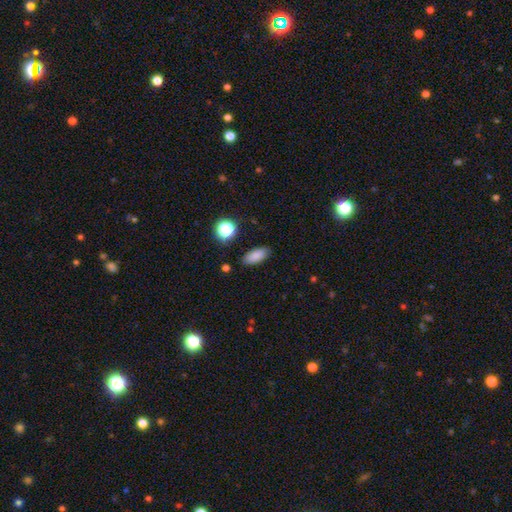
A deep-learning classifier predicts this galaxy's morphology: Smooth or featured? Predicted: smooth (p=0.85). How rounded? Predicted: in between (p=0.82). Merging? Predicted: none (p=0.86).